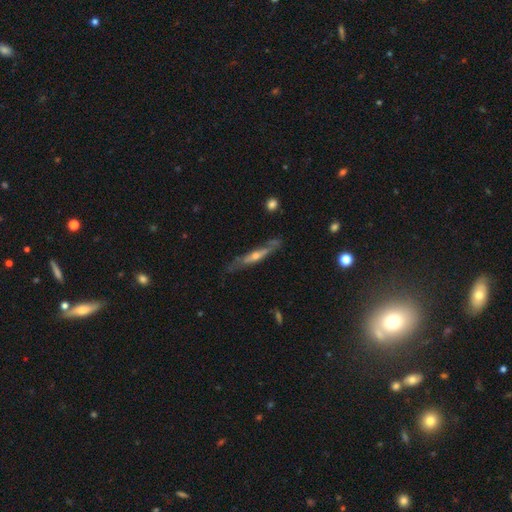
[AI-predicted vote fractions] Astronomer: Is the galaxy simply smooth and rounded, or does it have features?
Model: featured or disk — 71%.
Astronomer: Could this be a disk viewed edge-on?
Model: yes — 79%.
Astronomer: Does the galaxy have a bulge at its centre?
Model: rounded — 74%.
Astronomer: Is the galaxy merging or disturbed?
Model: none — 73%.